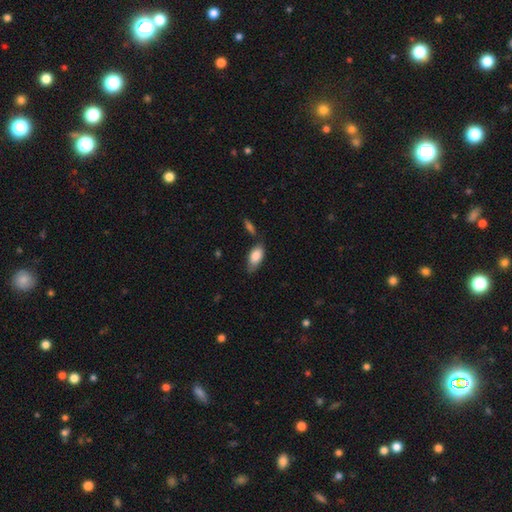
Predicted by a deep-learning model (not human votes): Smooth or featured? Predicted: smooth (p=0.83). How rounded? Predicted: in between (p=0.89). Merging? Predicted: none (p=0.67).